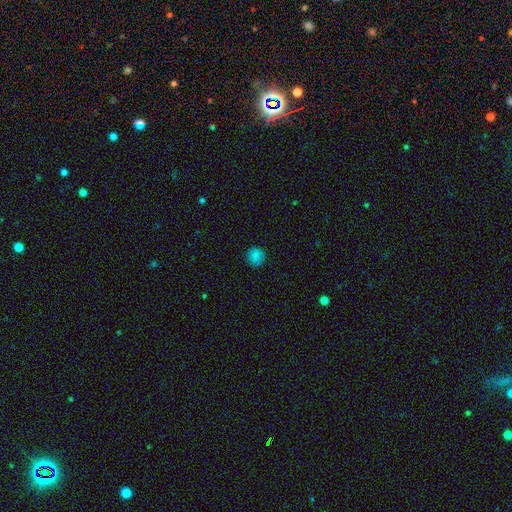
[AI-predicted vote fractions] This appears to be a smooth galaxy with no disk features (83%) that is round (92%). Merging: none (88%).